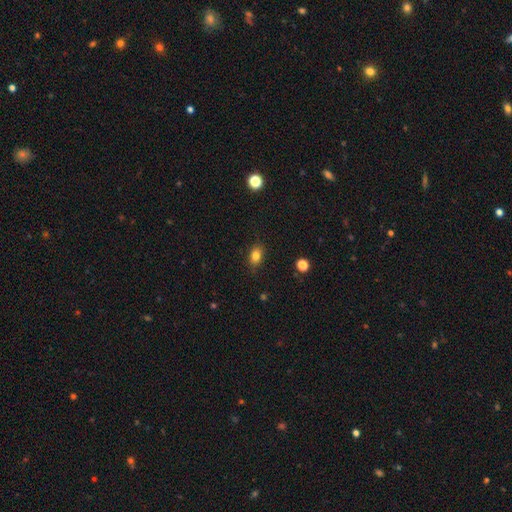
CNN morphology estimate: This is clearly a smooth galaxy (82%). How rounded: likely in between (74%). Merging: clearly none (84%).